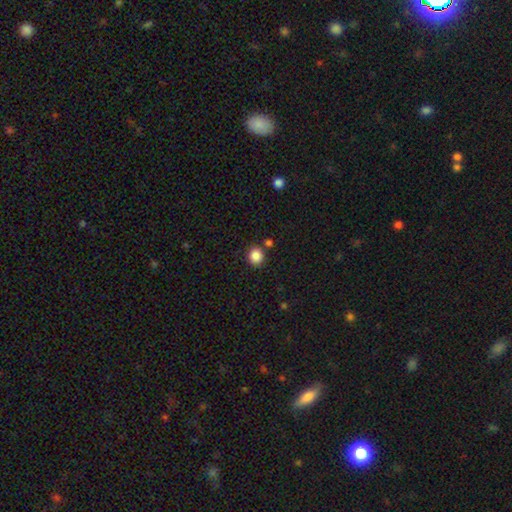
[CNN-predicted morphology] This is clearly a smooth galaxy (86%). How rounded: clearly round (83%). Merging: clearly none (82%).